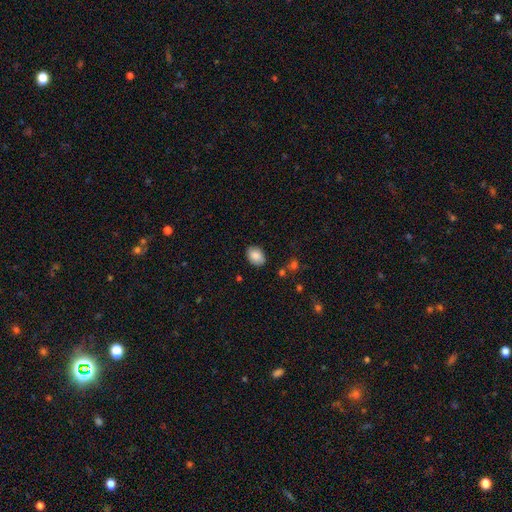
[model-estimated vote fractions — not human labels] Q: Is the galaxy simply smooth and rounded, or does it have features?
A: smooth — 86%.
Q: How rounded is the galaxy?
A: in between — 75%.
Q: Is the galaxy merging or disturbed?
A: none — 82%.